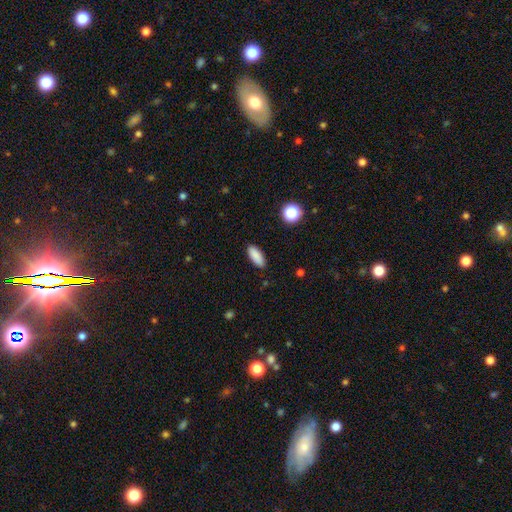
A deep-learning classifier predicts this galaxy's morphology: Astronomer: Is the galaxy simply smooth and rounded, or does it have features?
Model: smooth — 88%.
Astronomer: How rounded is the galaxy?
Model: in between — 77%.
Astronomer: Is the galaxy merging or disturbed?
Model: none — 89%.